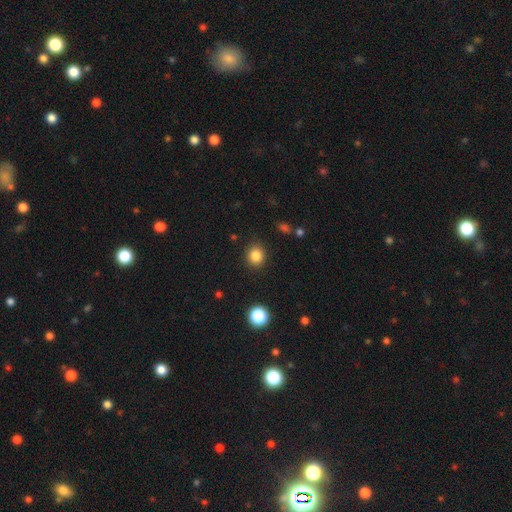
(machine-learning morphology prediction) smooth_or_featured: smooth (p=0.85) [alt: star or artifact p=0.11]
how_rounded: round (p=0.81) [alt: in between p=0.18]
merging: none (p=0.89) [alt: minor disturbance p=0.07]